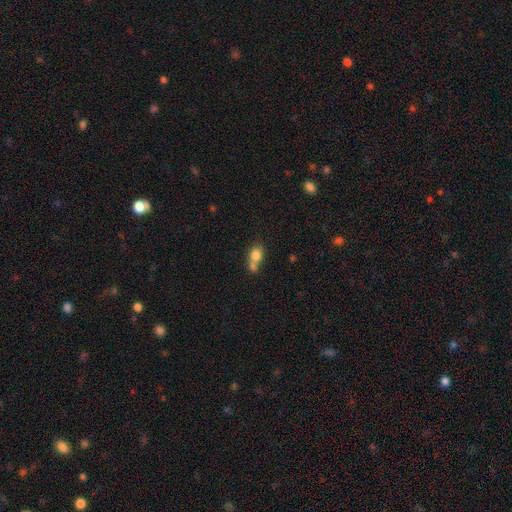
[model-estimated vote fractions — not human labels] smooth-or-featured: smooth: 76% | featured or disk: 14% | star or artifact: 9%
  how-rounded: in between: 54% | round: 43% | cigar-shaped: 3%
  merging: merger: 54% | none: 29% | minor disturbance: 12% | major disturbance: 6%